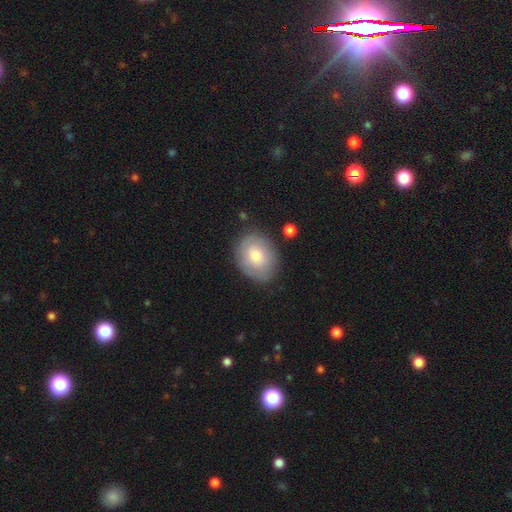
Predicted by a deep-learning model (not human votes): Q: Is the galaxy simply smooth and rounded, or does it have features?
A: smooth — 68%.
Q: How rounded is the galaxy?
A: in between — 56%.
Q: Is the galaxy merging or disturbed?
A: none — 80%.